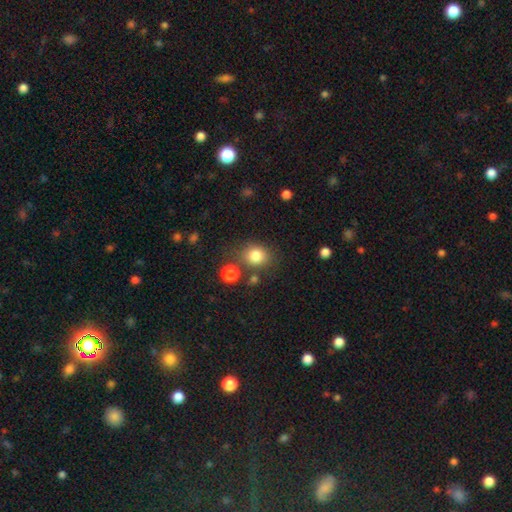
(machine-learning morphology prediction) The model was most divided on "how rounded": round: 71%, in between: 28%, cigar-shaped: 1%. More confident: smooth or featured — smooth (82%); merging — none (74%).